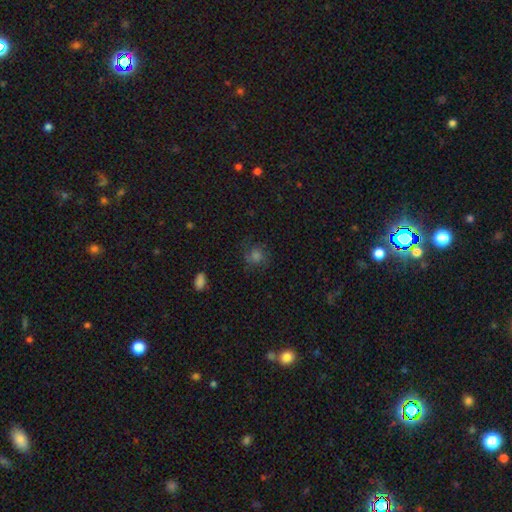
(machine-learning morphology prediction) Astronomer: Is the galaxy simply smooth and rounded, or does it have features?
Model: smooth — 51% (runner-up: star or artifact, 27%).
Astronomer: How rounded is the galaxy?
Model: round — 82%.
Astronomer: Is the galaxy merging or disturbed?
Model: none — 73%.